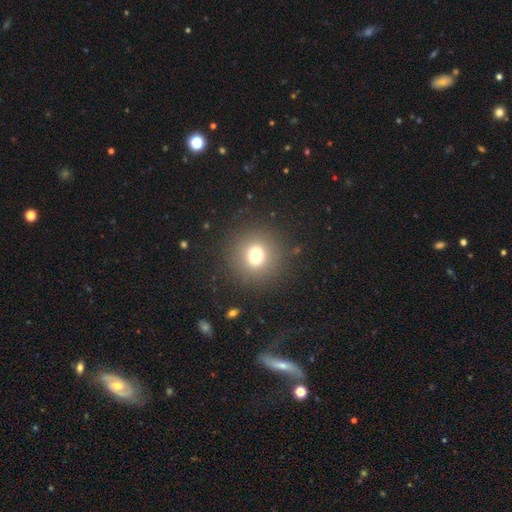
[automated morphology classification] smooth-or-featured: smooth: 74% | star or artifact: 16% | featured or disk: 10%
  how-rounded: round: 92% | in between: 7% | cigar-shaped: 1%
  merging: none: 88% | minor disturbance: 6% | major disturbance: 4% | merger: 1%